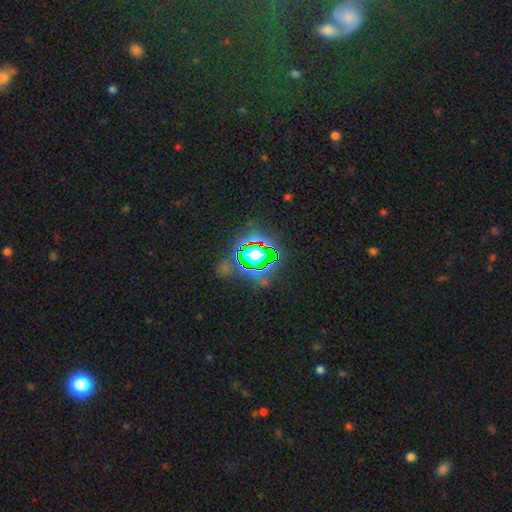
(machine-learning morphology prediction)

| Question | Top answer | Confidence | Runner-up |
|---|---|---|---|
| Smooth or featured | star or artifact | 82% | smooth (12%) |